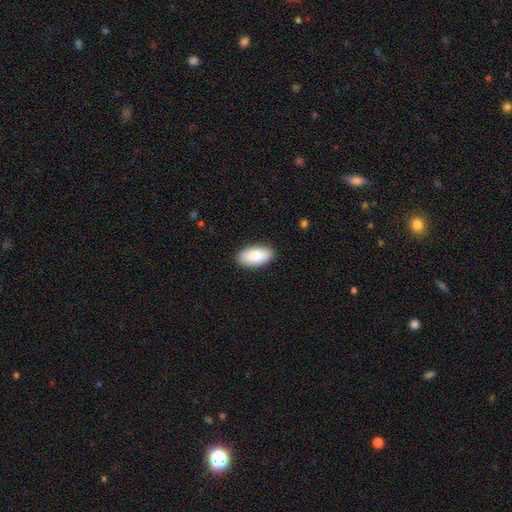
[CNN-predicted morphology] This appears to be a smooth galaxy with no disk features (86%) that is in between round and cigar-shaped (93%). Merging: none (88%).